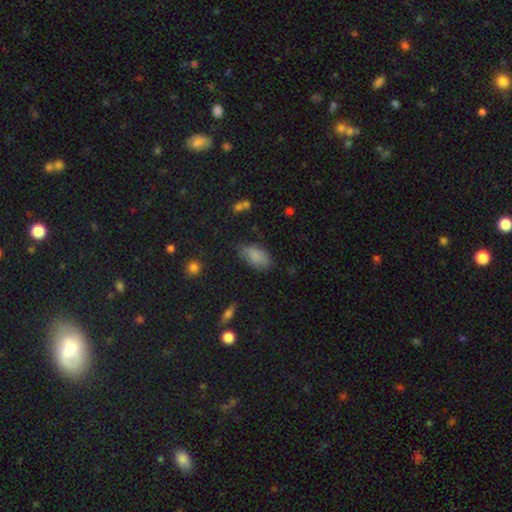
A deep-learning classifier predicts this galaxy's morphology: A smooth galaxy with no disk features (82%) that is in between round and cigar-shaped (93%).

Vote fractions:
- Smooth or featured? smooth: 82% / featured or disk: 9% / star or artifact: 9%
- How rounded? in between: 93% / round: 4% / cigar-shaped: 3%
- Merging? none: 63% / minor disturbance: 27% / major disturbance: 7% / merger: 3%